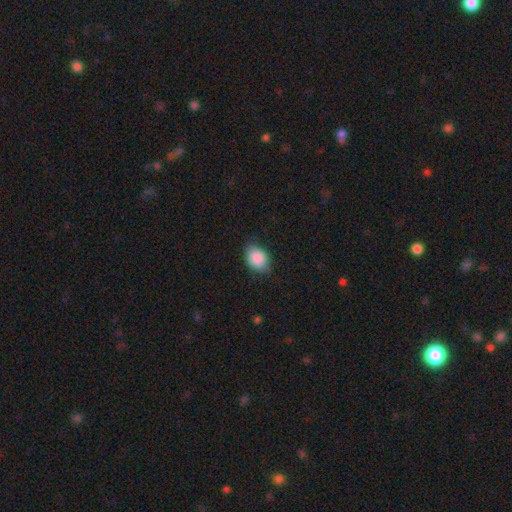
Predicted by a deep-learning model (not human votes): Morphology: type=smooth (89%); roundness=in between (70%); merging=none (75%).